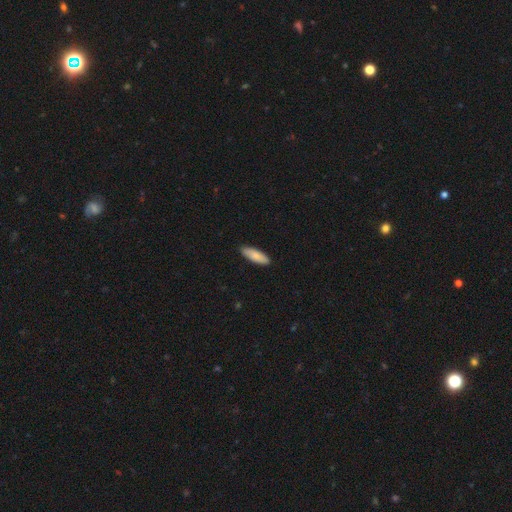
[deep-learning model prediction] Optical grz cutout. It shows a smooth galaxy with no disk features (86%) that is in between round and cigar-shaped (54%). Merging: none (89%).